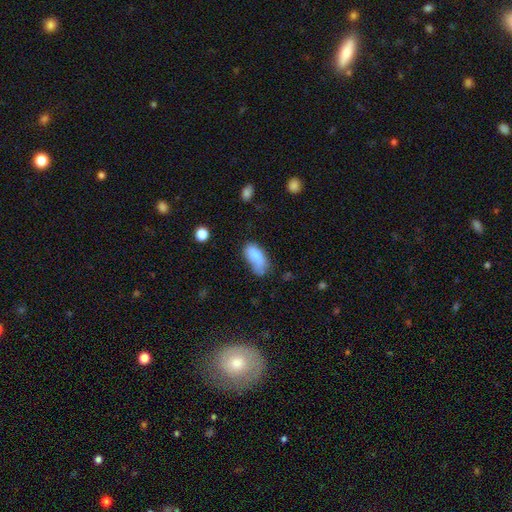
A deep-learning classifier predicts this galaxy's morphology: type=smooth (79%); roundness=in between (89%); merging=none (42%).